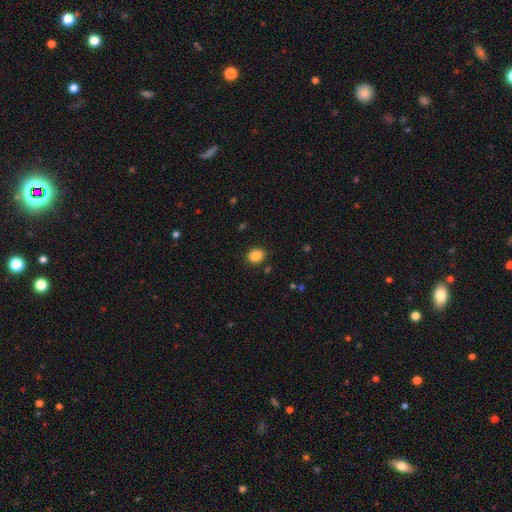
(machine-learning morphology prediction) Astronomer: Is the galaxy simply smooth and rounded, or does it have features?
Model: smooth — 87%.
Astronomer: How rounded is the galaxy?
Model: round — 59% (runner-up: in between, 40%).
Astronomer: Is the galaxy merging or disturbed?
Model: none — 88%.